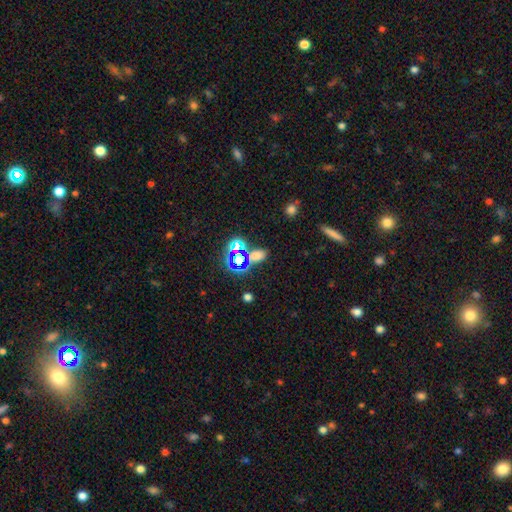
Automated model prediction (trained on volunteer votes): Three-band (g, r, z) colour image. It shows a smooth galaxy with no disk features (51%) that is in between round and cigar-shaped (77%). Merging: none (66%).